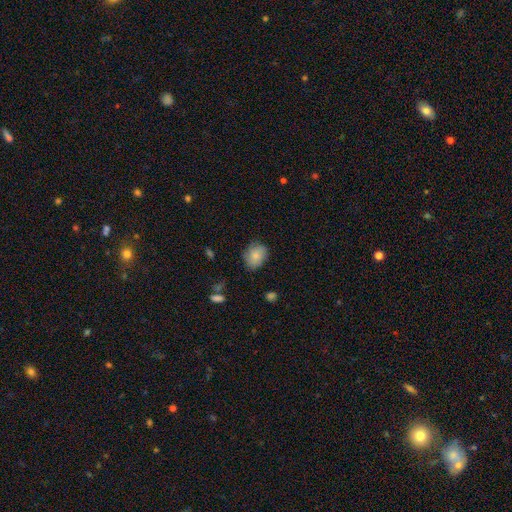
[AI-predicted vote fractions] Morphology: type=smooth (79%); roundness=round (52%); merging=none (74%).